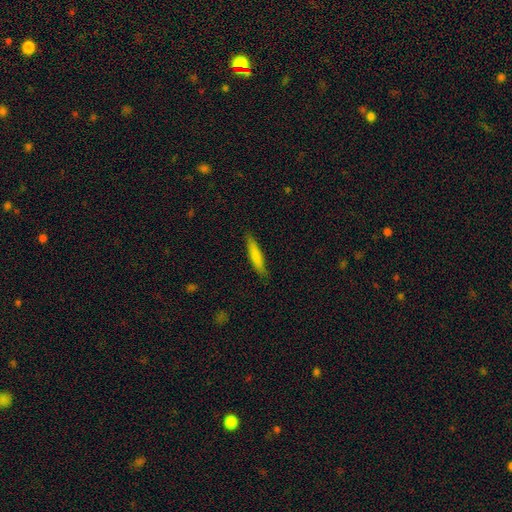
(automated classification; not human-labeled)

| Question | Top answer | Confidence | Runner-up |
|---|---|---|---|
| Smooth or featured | smooth | 78% | featured or disk (17%) |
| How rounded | cigar-shaped | 88% | in between (10%) |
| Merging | none | 86% | minor disturbance (11%) |